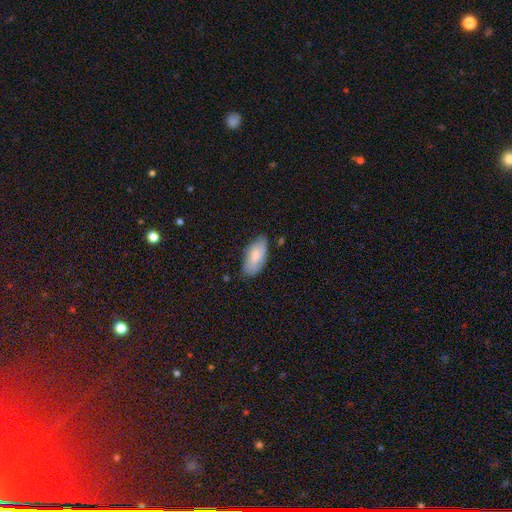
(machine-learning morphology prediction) A smooth galaxy with no disk features (73%) that is in between round and cigar-shaped (92%). Merging: none (69%).